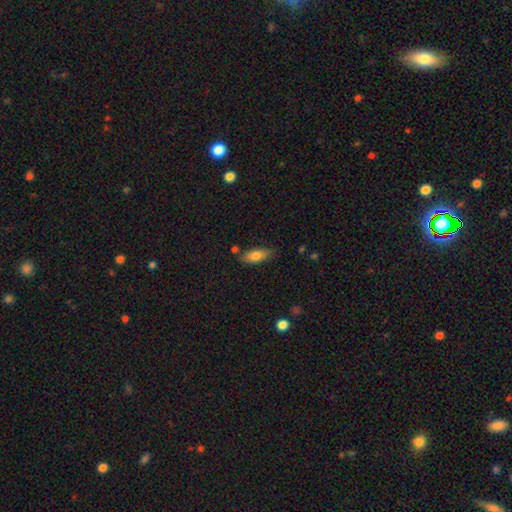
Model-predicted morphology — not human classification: A smooth galaxy with no disk features (78%) that is in between round and cigar-shaped (79%). Merging: none (74%).